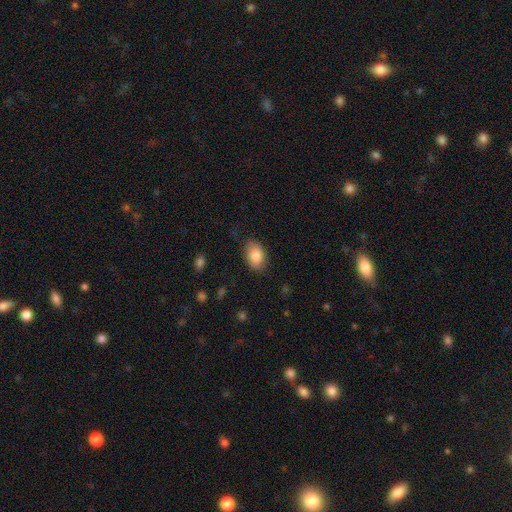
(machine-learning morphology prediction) Smooth or featured: smooth — 84% (featured or disk — 9%)
How rounded: in between — 87% (round — 12%)
Merging: none — 82% (minor disturbance — 13%)